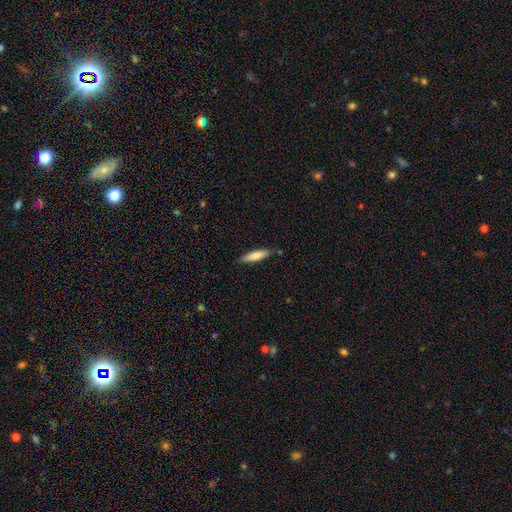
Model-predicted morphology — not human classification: A smooth galaxy with no disk features (72%) that is cigar-shaped (75%). Merging: none (83%).